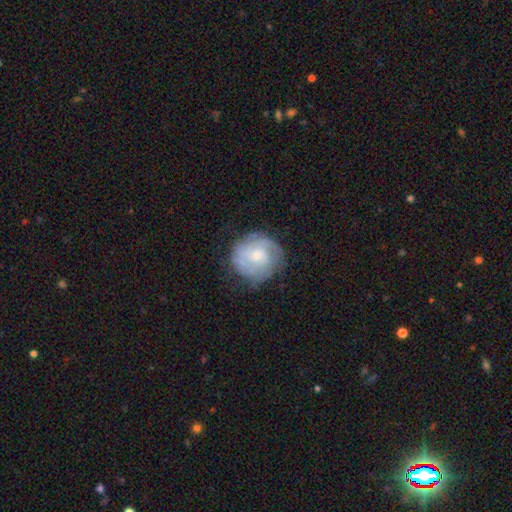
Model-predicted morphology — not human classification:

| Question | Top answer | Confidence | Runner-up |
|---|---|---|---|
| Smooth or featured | featured or disk | 67% | smooth (26%) |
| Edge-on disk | no | 98% | yes (2%) |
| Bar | no | 68% | weak (28%) |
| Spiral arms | yes | 85% | no (15%) |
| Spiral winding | tight | 59% | medium (31%) |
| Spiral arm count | can't tell | 44% | 2 (22%) |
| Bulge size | small | 59% | moderate (35%) |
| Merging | none | 70% | minor disturbance (20%) |